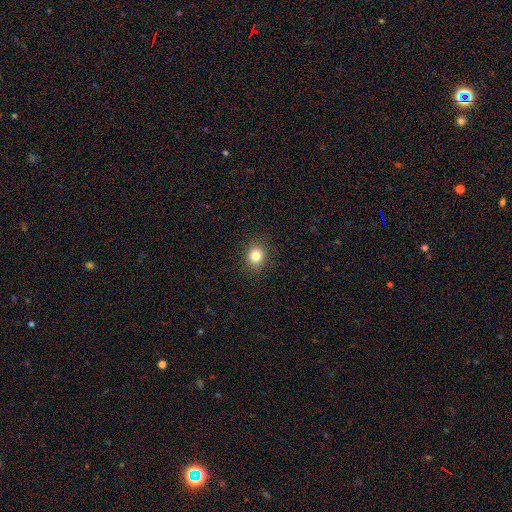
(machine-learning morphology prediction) type=smooth (82%); roundness=round (70%); merging=none (89%).